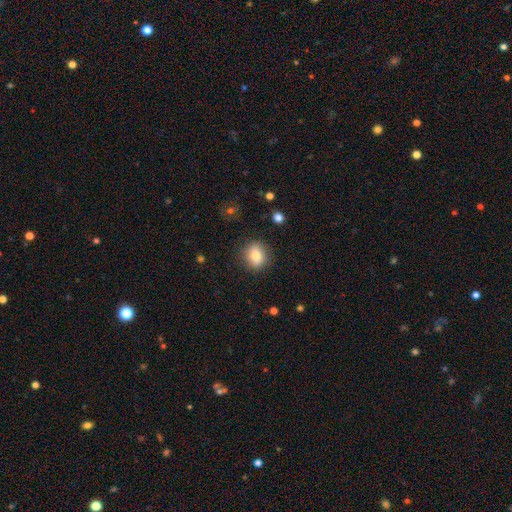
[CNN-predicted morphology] Overall: smooth (77%). How rounded: round (68%; in between 31%). Merging: none (87%).